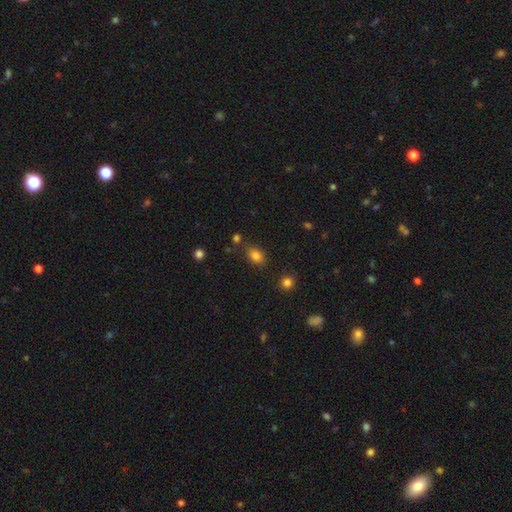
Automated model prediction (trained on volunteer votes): smooth-or-featured: smooth: 82% | star or artifact: 12% | featured or disk: 6%
  how-rounded: in between: 72% | round: 26% | cigar-shaped: 1%
  merging: none: 74% | minor disturbance: 15% | merger: 6% | major disturbance: 4%